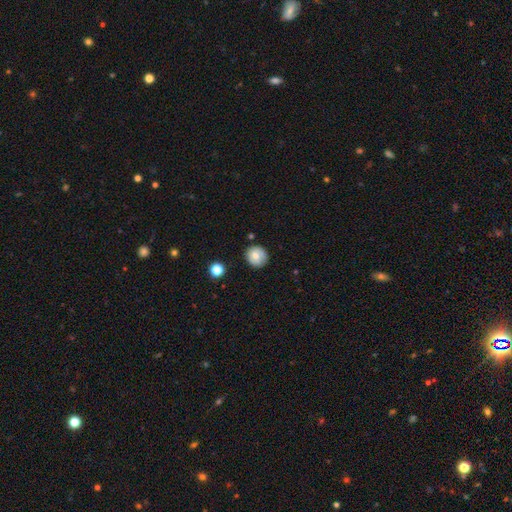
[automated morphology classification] This appears to be a smooth galaxy with no disk features (73%) that is round (87%). Merging: none (80%).